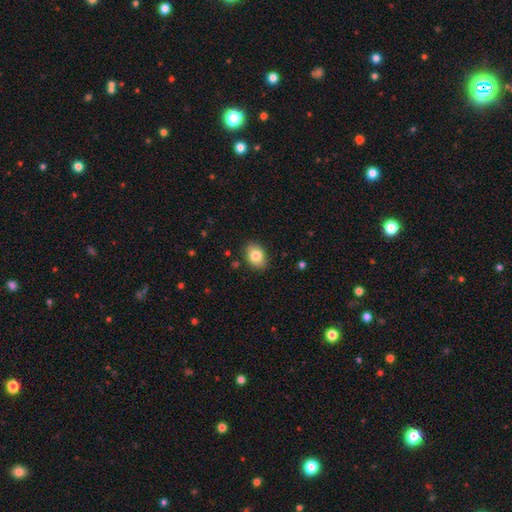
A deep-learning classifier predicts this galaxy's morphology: Smooth or featured? smooth (82%)
How rounded? in between (75%)
Merging? none (86%)